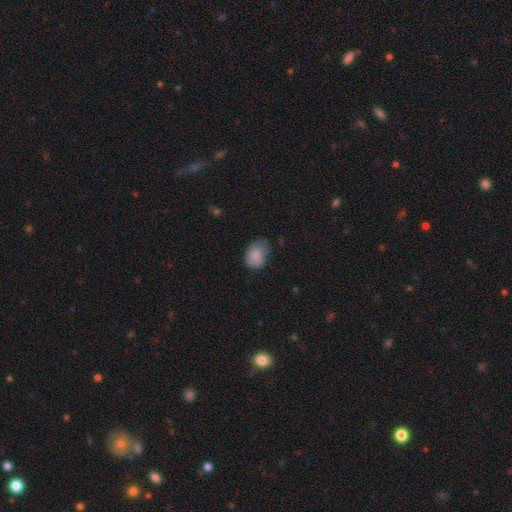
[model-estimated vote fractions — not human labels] This appears to be a smooth galaxy with no disk features (84%) that is in between round and cigar-shaped (75%). Merging: none (55%).